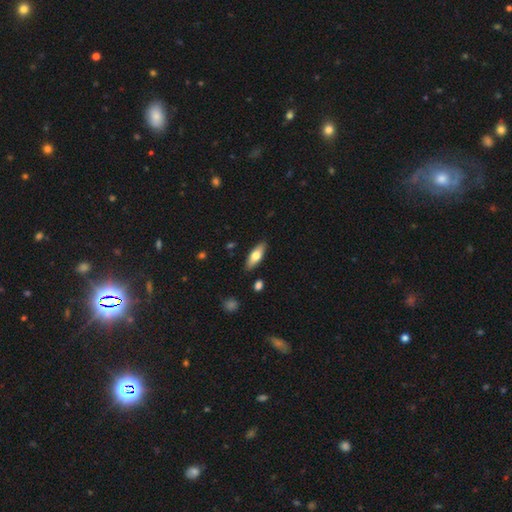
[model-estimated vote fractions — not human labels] A smooth galaxy with no disk features (67%) that is in between round and cigar-shaped (65%).

Vote fractions:
- Smooth or featured? smooth: 67% / featured or disk: 27% / star or artifact: 6%
- How rounded? in between: 65% / cigar-shaped: 33% / round: 2%
- Merging? none: 88% / minor disturbance: 9% / major disturbance: 2% / merger: 2%